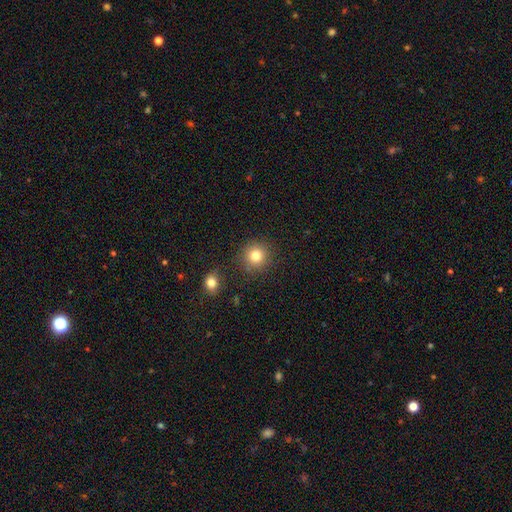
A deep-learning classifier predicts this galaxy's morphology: The model was most divided on "smooth or featured": smooth: 80%, star or artifact: 12%, featured or disk: 7%. More confident: how rounded — round (93%); merging — none (85%).